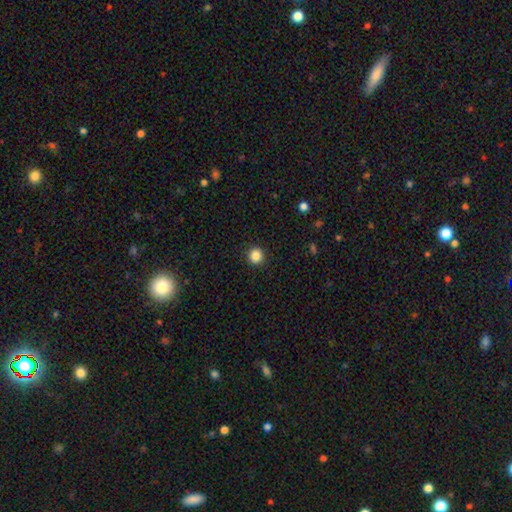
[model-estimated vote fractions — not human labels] smooth-or-featured: smooth: 86% | star or artifact: 11% | featured or disk: 3%
  how-rounded: round: 94% | in between: 5% | cigar-shaped: 1%
  merging: none: 93% | minor disturbance: 5% | major disturbance: 2% | merger: 1%